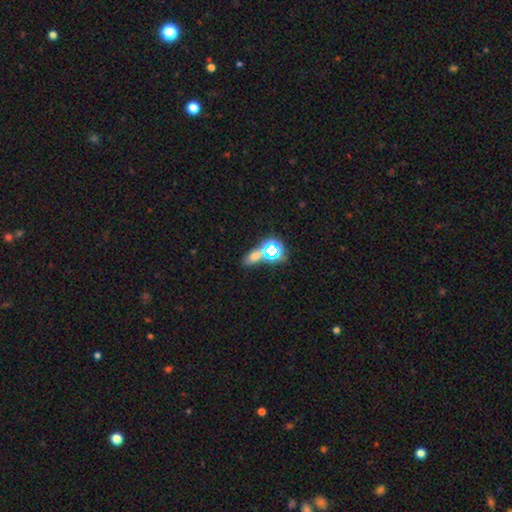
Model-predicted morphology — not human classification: A star or artifact, not a galaxy (47%).